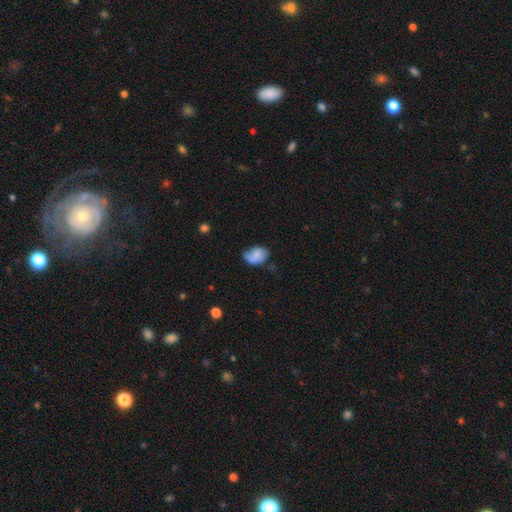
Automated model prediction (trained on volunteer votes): The model was most divided on "merging": none: 50%, minor disturbance: 35%, major disturbance: 12%, merger: 3%. More confident: how rounded — in between (79%); smooth or featured — smooth (71%).